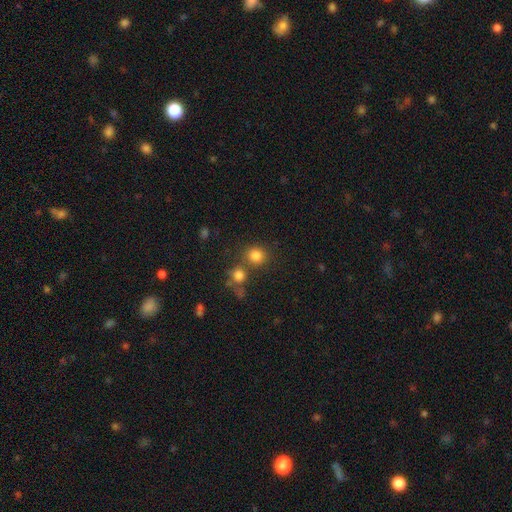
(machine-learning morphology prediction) Smooth or featured: smooth — 82% (star or artifact — 12%)
How rounded: round — 85% (in between — 14%)
Merging: none — 64% (merger — 23%)